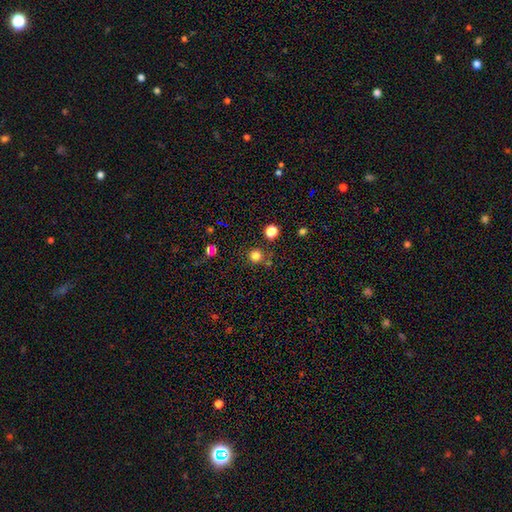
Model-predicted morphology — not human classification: Smooth or featured? smooth (79%)
How rounded? round (94%)
Merging? none (80%)